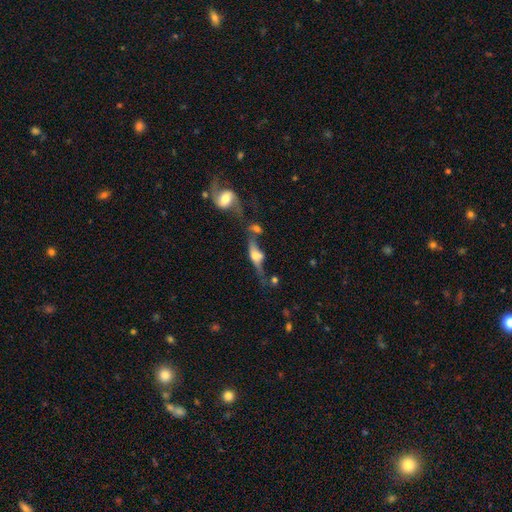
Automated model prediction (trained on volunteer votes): smooth-or-featured: featured or disk: 67% | smooth: 25% | star or artifact: 8%
  disk-edge-on: yes: 79% | no: 21%
    edge-on-bulge: rounded: 91% | boxy: 7% | none: 2%
  merging: none: 42% | merger: 25% | minor disturbance: 18% | major disturbance: 14%